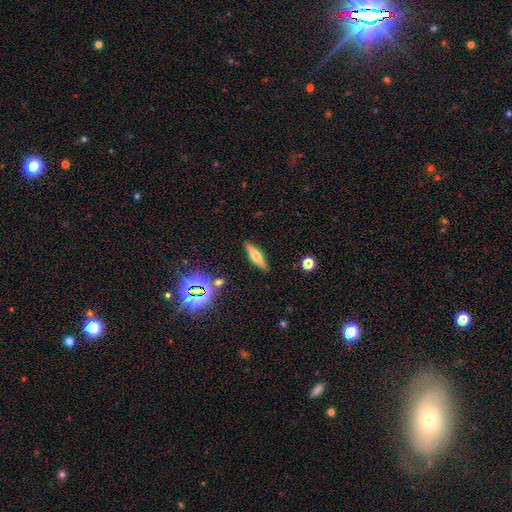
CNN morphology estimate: The model was most divided on "smooth or featured": featured or disk: 51%, smooth: 38%, star or artifact: 11%. More confident: edge-on disk — yes (94%); merging — none (88%).